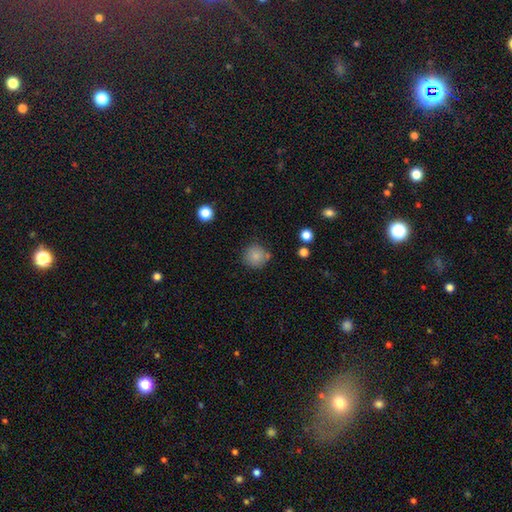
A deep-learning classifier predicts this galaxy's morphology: This appears to be a smooth galaxy with no disk features (83%) that is round (92%). Merging: none (77%).